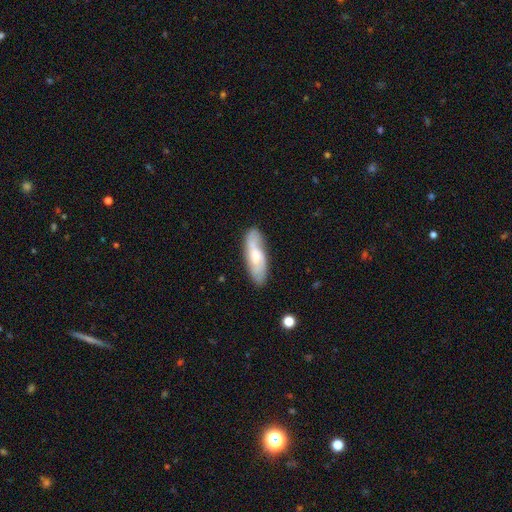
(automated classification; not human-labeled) Morphology: type=smooth (47%, tied with featured or disk); merging=none (75%).